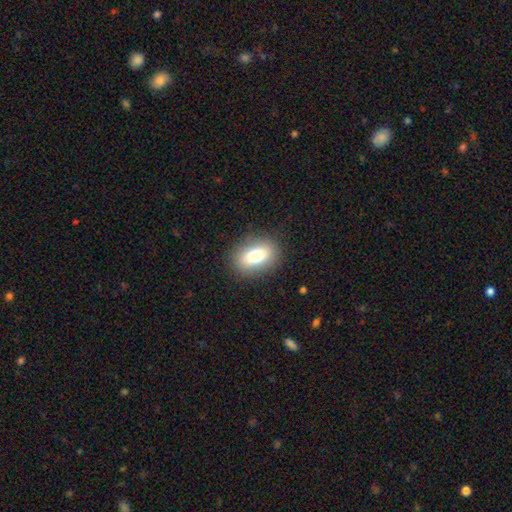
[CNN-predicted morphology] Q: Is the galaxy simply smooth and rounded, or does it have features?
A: smooth — 74%.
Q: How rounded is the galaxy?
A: in between — 74%.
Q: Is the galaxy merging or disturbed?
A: none — 87%.